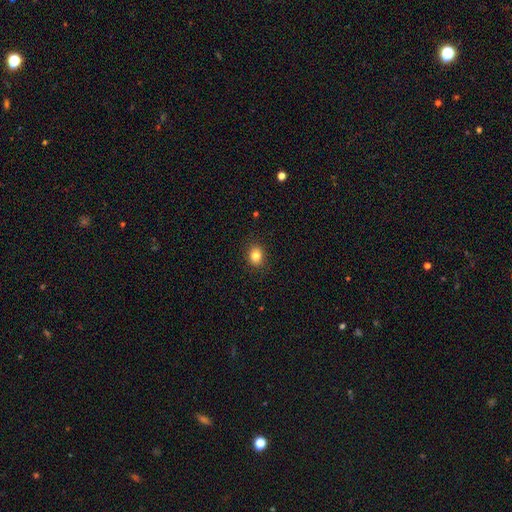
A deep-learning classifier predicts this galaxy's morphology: Smooth or featured?
  - smooth: 83% *
  - star or artifact: 11%
  - featured or disk: 6%
How rounded?
  - round: 64% *
  - in between: 35%
  - cigar-shaped: 1%
Merging?
  - none: 90% *
  - minor disturbance: 7%
  - major disturbance: 2%
  - merger: 1%